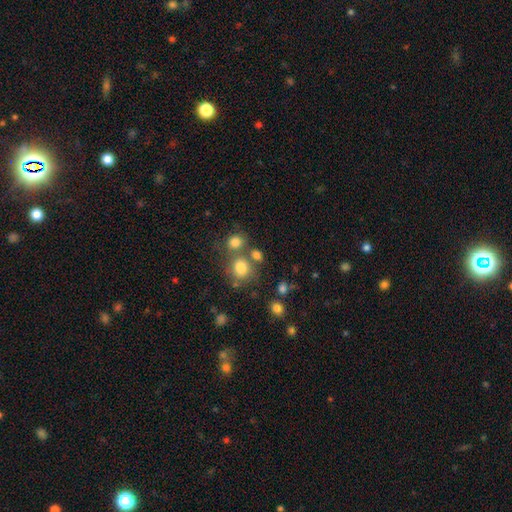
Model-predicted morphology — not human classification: Smooth or featured? Predicted: smooth (p=0.75). How rounded? Predicted: round (p=0.72). Merging? Predicted: none (p=0.56).